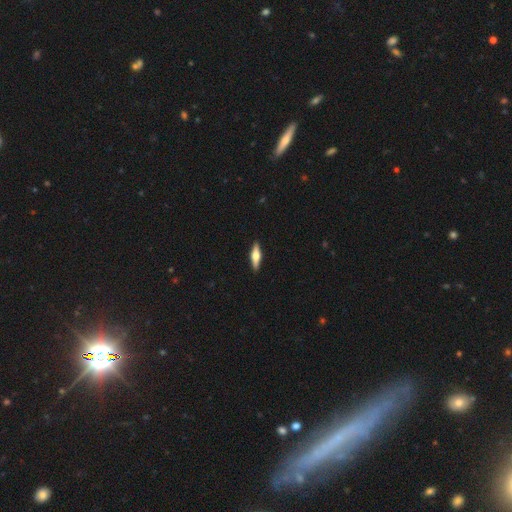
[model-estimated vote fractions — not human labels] smooth-or-featured: featured or disk: 51% | smooth: 43% | star or artifact: 6%
  disk-edge-on: yes: 95% | no: 5%
  merging: none: 91% | minor disturbance: 7% | major disturbance: 2% | merger: 1%